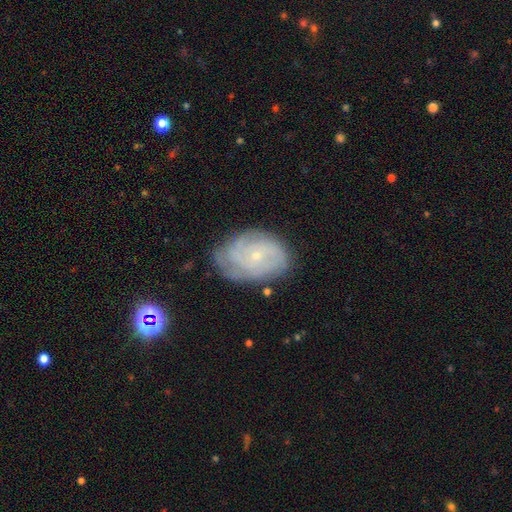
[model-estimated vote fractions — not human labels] Smooth or featured: featured or disk — 79% (smooth — 14%)
Edge-on disk: no — 97% (yes — 3%)
Bar: no — 77% (weak — 20%)
Spiral arms: yes — 94% (no — 6%)
Spiral winding: tight — 68% (medium — 26%)
Spiral arm count: can't tell — 35% (3 — 20%)
Bulge size: small — 83% (moderate — 14%)
Merging: none — 70% (minor disturbance — 22%)